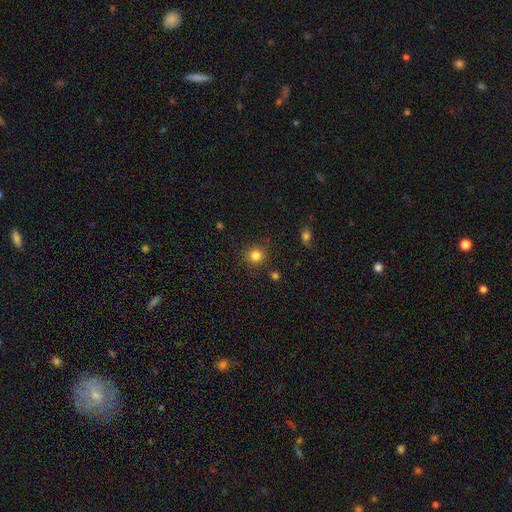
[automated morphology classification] A smooth galaxy with no disk features (82%) that is round (93%).

Vote fractions:
- Smooth or featured? smooth: 82% / star or artifact: 13% / featured or disk: 5%
- How rounded? round: 93% / in between: 6% / cigar-shaped: 1%
- Merging? none: 87% / minor disturbance: 8% / major disturbance: 3% / merger: 2%